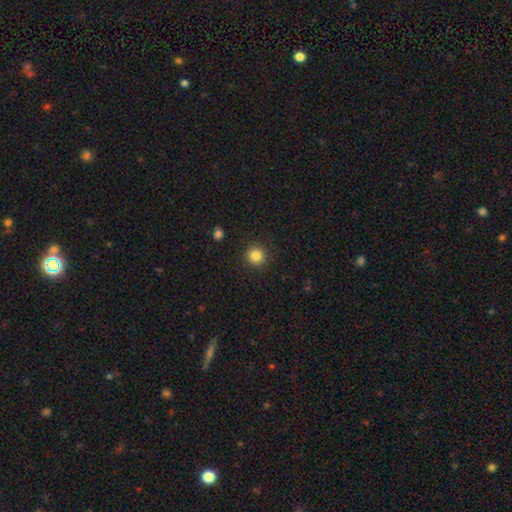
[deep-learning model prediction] smooth-or-featured: smooth: 84% | star or artifact: 11% | featured or disk: 5%
  how-rounded: round: 95% | in between: 4% | cigar-shaped: 1%
  merging: none: 92% | minor disturbance: 5% | major disturbance: 2% | merger: 1%